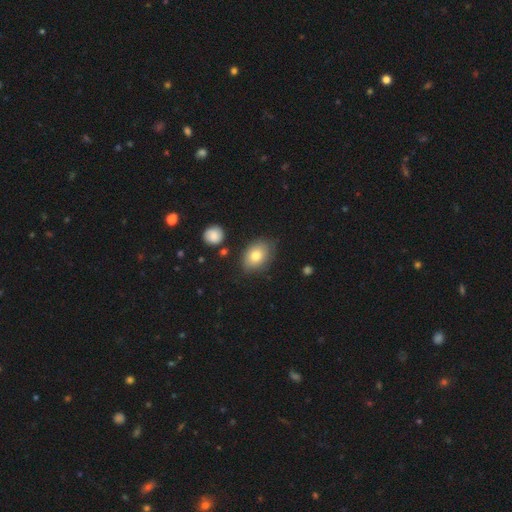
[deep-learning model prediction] Smooth or featured? smooth (77%)
How rounded? in between (78%)
Merging? none (76%)